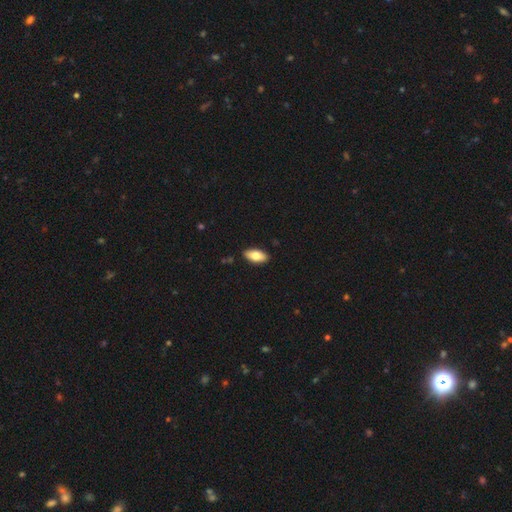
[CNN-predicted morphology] smooth-or-featured: smooth: 78% | featured or disk: 16% | star or artifact: 6%
  how-rounded: in between: 90% | cigar-shaped: 8% | round: 2%
  merging: none: 89% | minor disturbance: 9% | major disturbance: 2% | merger: 1%